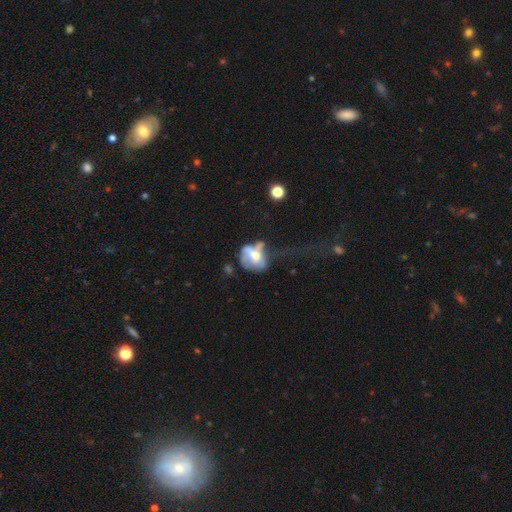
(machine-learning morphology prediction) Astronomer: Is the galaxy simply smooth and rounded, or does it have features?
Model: featured or disk — 49% (runner-up: smooth, 41%).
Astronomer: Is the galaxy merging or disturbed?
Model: major disturbance — 45%.